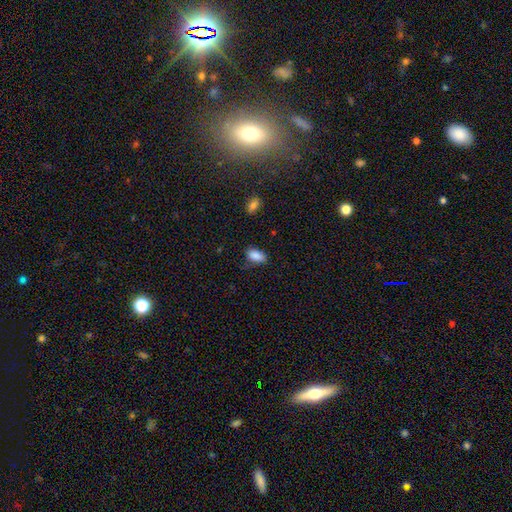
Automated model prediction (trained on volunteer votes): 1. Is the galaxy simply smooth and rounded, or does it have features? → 88% smooth, 8% star or artifact, 4% featured or disk.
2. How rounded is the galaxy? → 91% in between, 4% round, 4% cigar-shaped.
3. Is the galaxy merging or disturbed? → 69% none, 24% minor disturbance, 5% major disturbance, 2% merger.